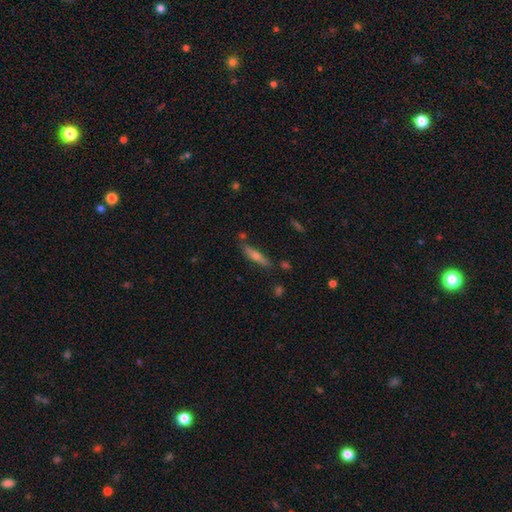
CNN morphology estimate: Smooth or featured? featured or disk (55%)
Edge-on disk? yes (89%)
Merging? none (78%)